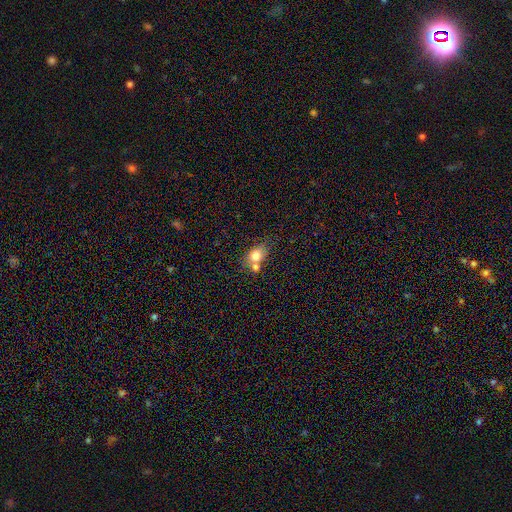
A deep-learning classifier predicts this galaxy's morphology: Smooth or featured? Predicted: smooth (p=0.76). How rounded? Predicted: in between (p=0.61). Merging? Predicted: merger (p=0.41, tied with none).